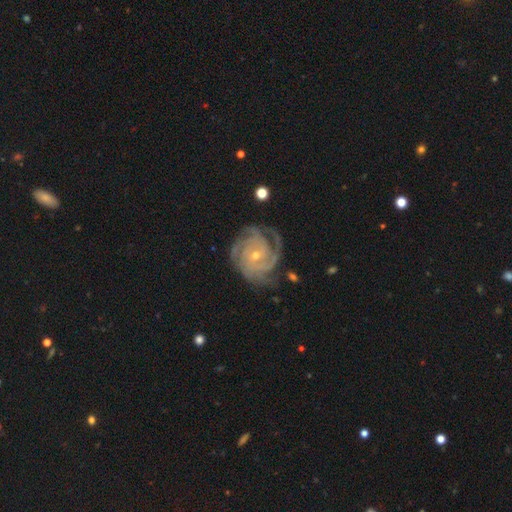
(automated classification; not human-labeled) Smooth or featured? Predicted: featured or disk (p=0.91). Edge-on disk? Predicted: no (p=0.98). Bar? Predicted: no (p=0.66). Spiral arms? Predicted: yes (p=0.98). Spiral winding? Predicted: tight (p=0.74). Spiral arm count? Predicted: 4 (p=0.33). Bulge size? Predicted: small (p=0.68). Merging? Predicted: none (p=0.74).